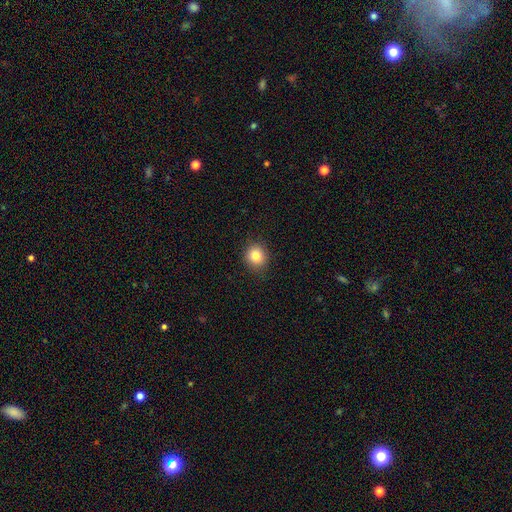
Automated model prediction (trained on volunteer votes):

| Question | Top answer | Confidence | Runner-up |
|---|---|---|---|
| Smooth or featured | smooth | 84% | star or artifact (10%) |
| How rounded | round | 85% | in between (14%) |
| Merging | none | 89% | minor disturbance (8%) |